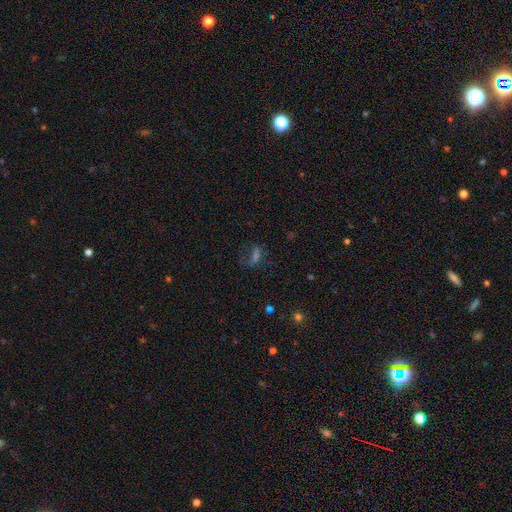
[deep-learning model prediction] A smooth galaxy with no disk features (36%).

Vote fractions:
- Smooth or featured? smooth: 36% / star or artifact: 35% / featured or disk: 29%
- Merging? none: 49% / major disturbance: 28% / minor disturbance: 19% / merger: 4%